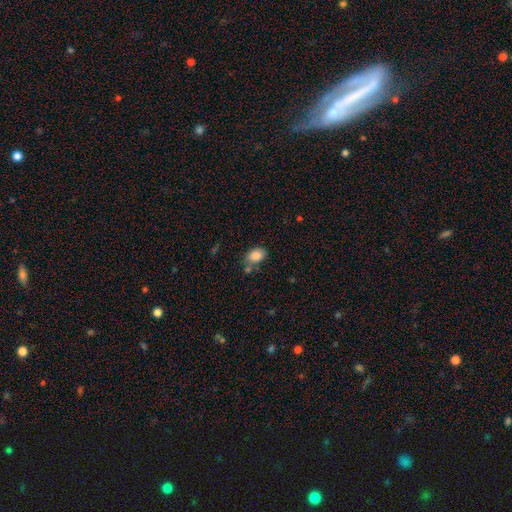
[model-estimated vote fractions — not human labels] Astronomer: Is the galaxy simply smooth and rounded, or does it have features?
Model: smooth — 85%.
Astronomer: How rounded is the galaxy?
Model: in between — 83%.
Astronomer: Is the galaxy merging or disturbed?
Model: none — 64%.